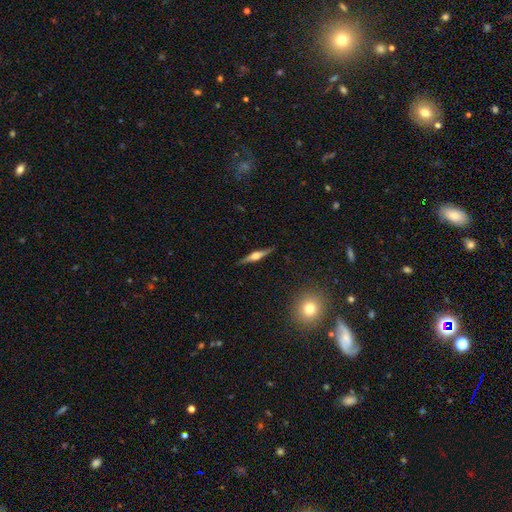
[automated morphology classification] The model was most divided on "smooth or featured": featured or disk: 72%, smooth: 21%, star or artifact: 6%. More confident: edge-on disk — yes (97%); merging — none (89%); edge-on bulge — rounded (88%).